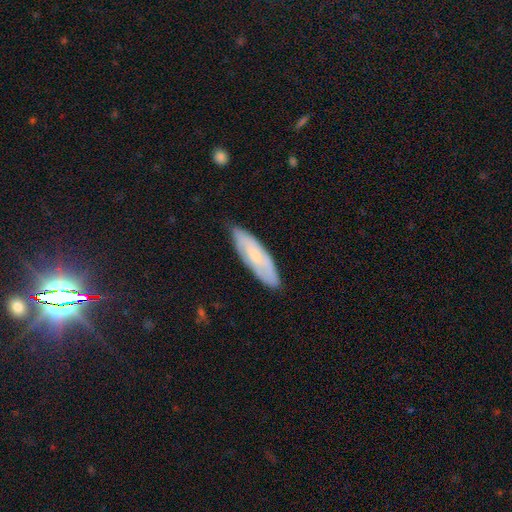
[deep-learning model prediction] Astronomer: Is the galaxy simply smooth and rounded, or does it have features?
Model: smooth — 50% (runner-up: featured or disk, 44%).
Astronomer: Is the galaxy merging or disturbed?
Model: none — 77%.